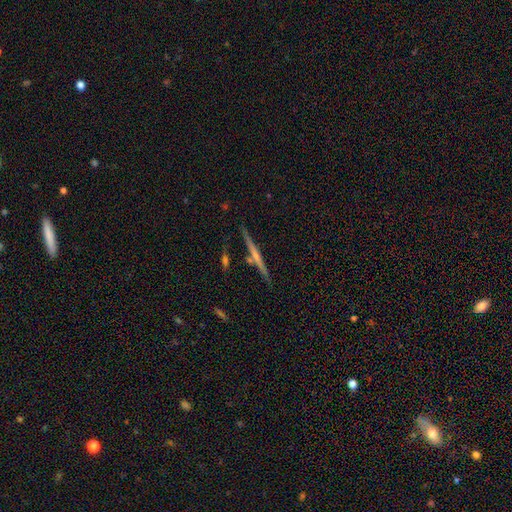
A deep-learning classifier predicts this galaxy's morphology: smooth-or-featured: featured or disk: 64% | smooth: 28% | star or artifact: 8%
  disk-edge-on: yes: 97% | no: 3%
    edge-on-bulge: none: 54% | rounded: 37% | boxy: 8%
  merging: none: 82% | minor disturbance: 9% | merger: 7% | major disturbance: 2%